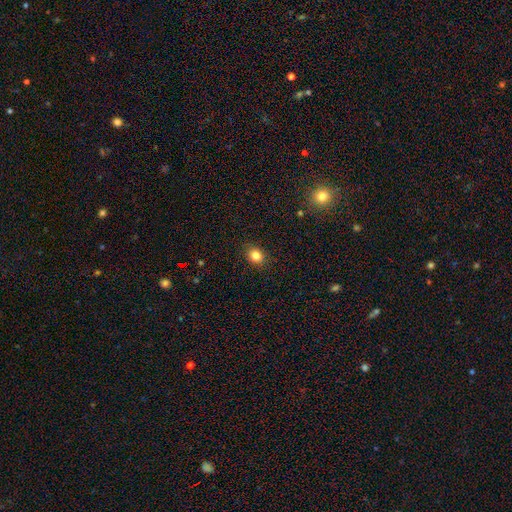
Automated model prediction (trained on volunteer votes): A smooth galaxy with no disk features (83%) that is round (58%). Merging: none (89%).